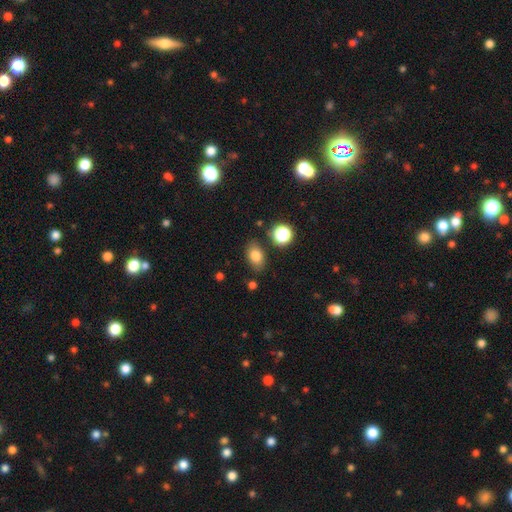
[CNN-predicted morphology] A smooth galaxy with no disk features (80%) that is in between round and cigar-shaped (83%).

Vote fractions:
- Smooth or featured? smooth: 80% / star or artifact: 11% / featured or disk: 9%
- How rounded? in between: 83% / round: 15% / cigar-shaped: 2%
- Merging? none: 80% / minor disturbance: 13% / merger: 4% / major disturbance: 3%